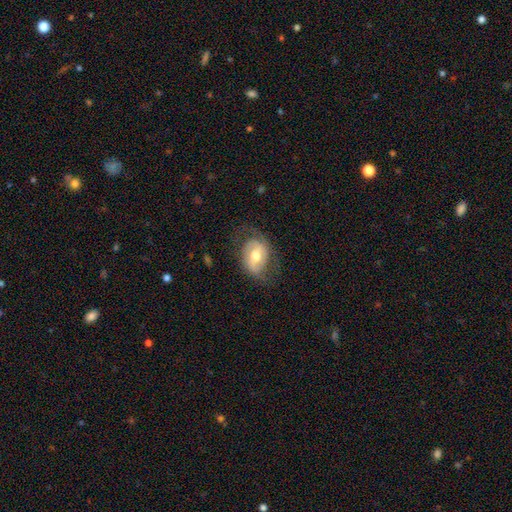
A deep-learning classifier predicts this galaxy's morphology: Smooth or featured?
  - featured or disk: 59% *
  - smooth: 34%
  - star or artifact: 6%
Edge-on disk?
  - no: 95% *
  - yes: 5%
Bar?
  - weak: 43% *
  - no: 34%
  - strong: 23%
Spiral arms?
  - yes: 72% *
  - no: 28%
Bulge size?
  - moderate: 72% *
  - small: 13%
  - large: 12%
  - dominant: 1%
  - none: 1%
Merging?
  - none: 61% *
  - minor disturbance: 22%
  - major disturbance: 16%
  - merger: 1%